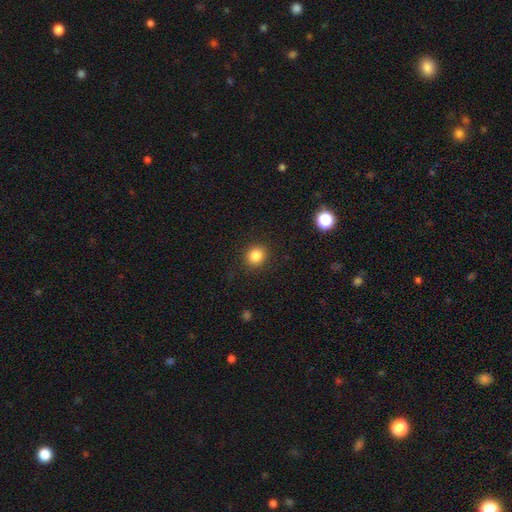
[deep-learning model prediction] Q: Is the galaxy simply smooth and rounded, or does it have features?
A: smooth — 84%.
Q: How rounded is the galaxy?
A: round — 86%.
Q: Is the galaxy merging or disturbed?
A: none — 90%.